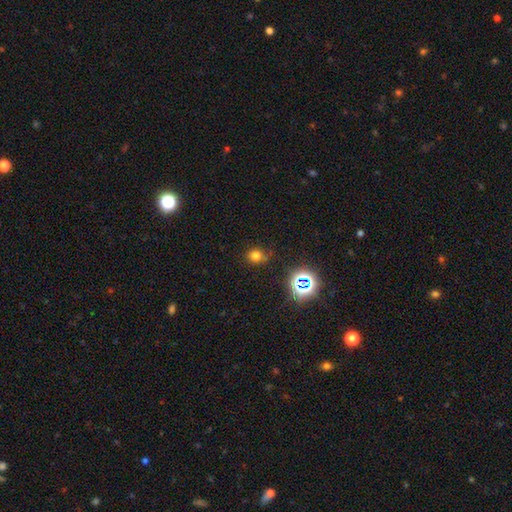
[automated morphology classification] A smooth galaxy with no disk features (69%) that is round (78%).

Vote fractions:
- Smooth or featured? smooth: 69% / star or artifact: 24% / featured or disk: 7%
- How rounded? round: 78% / in between: 21% / cigar-shaped: 1%
- Merging? none: 78% / minor disturbance: 15% / major disturbance: 4% / merger: 3%